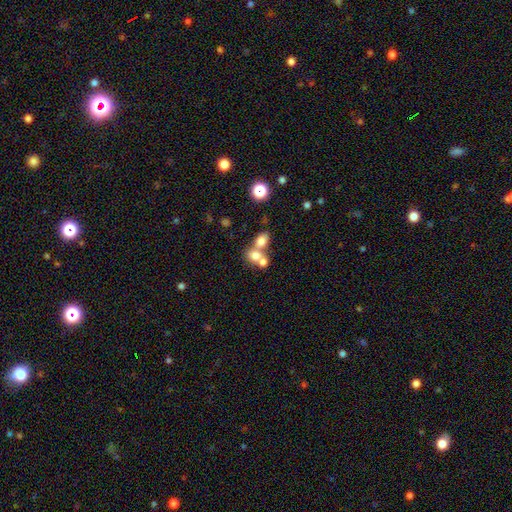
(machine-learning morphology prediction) Smooth or featured? Predicted: smooth (p=0.70). How rounded? Predicted: round (p=0.52). Merging? Predicted: merger (p=0.62).